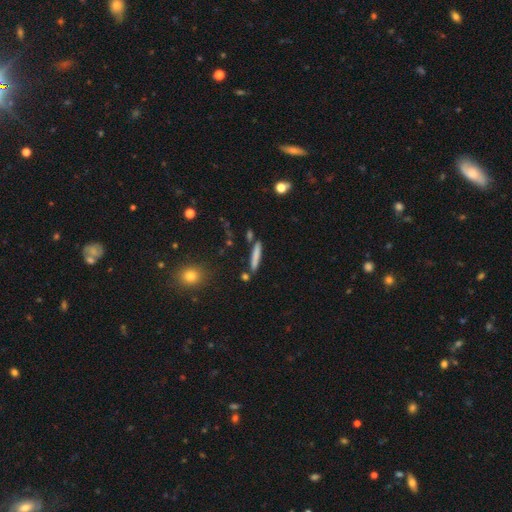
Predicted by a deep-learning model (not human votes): A smooth galaxy with no disk features (74%) that is cigar-shaped (92%).

Vote fractions:
- Smooth or featured? smooth: 74% / featured or disk: 18% / star or artifact: 7%
- How rounded? cigar-shaped: 92% / in between: 6% / round: 2%
- Merging? none: 81% / minor disturbance: 10% / merger: 7% / major disturbance: 2%